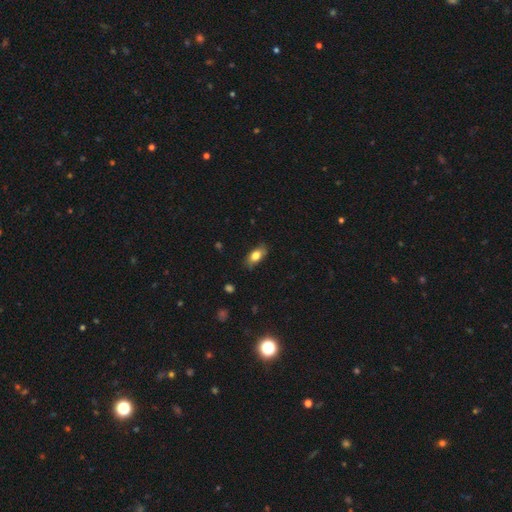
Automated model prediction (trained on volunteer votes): Morphology: type=smooth (76%); roundness=in between (85%); merging=none (79%).